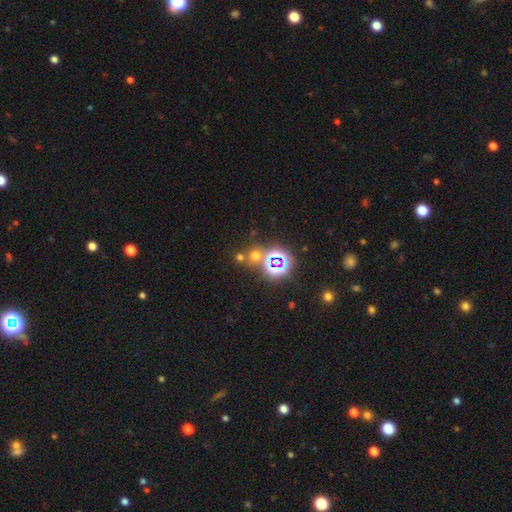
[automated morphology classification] A smooth galaxy with no disk features (47%). Merging: none (67%).